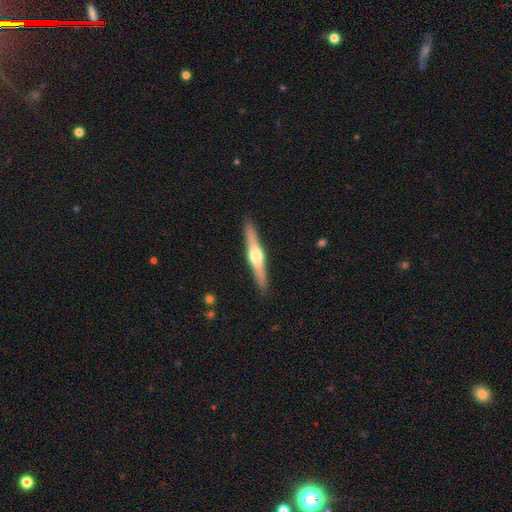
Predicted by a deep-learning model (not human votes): Smooth or featured? Predicted: featured or disk (p=0.71). Edge-on disk? Predicted: yes (p=0.98). Edge-on bulge? Predicted: rounded (p=0.93). Merging? Predicted: none (p=0.91).